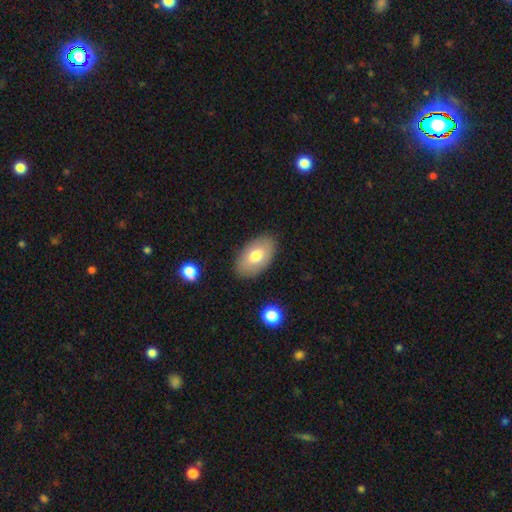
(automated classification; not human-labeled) Smooth or featured?
  - smooth: 72% *
  - featured or disk: 21%
  - star or artifact: 7%
How rounded?
  - in between: 94% *
  - round: 5%
  - cigar-shaped: 1%
Merging?
  - none: 87% *
  - minor disturbance: 10%
  - major disturbance: 2%
  - merger: 1%